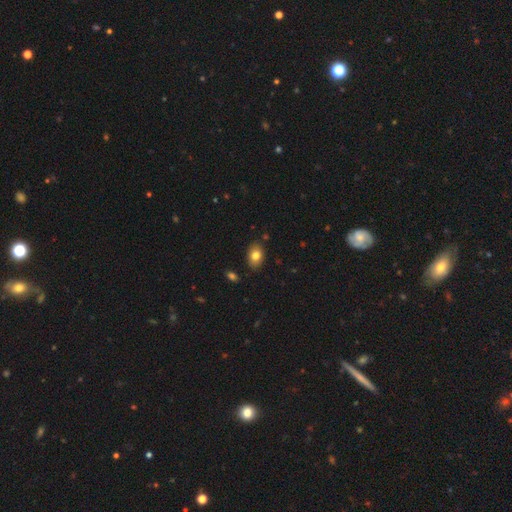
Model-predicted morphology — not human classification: This is likely a smooth galaxy (80%). How rounded: clearly in between (82%). Merging: clearly none (85%).